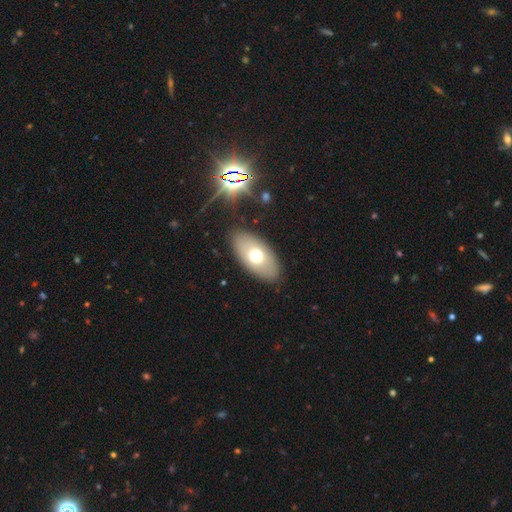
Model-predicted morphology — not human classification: smooth 63%, featured or disk 28%, star or artifact 8%. Down the decision tree: how rounded — in between (93%); merging — none (86%).